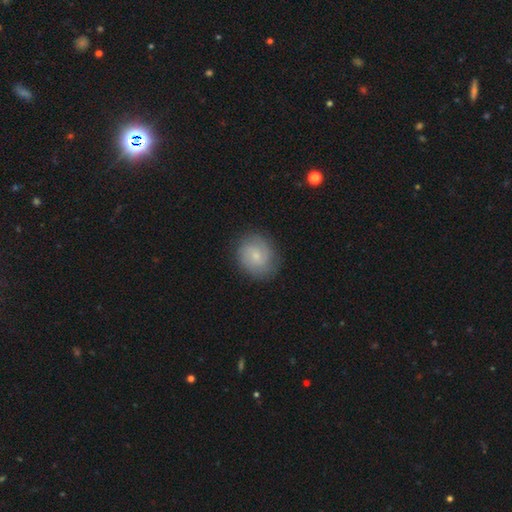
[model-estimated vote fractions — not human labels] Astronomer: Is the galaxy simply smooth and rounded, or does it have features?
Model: smooth — 48% (runner-up: featured or disk, 44%).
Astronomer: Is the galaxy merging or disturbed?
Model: none — 83%.